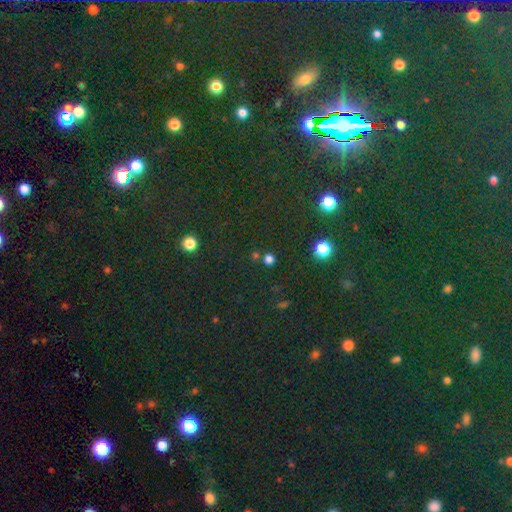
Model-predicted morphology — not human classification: A star or artifact, not a galaxy (72%).